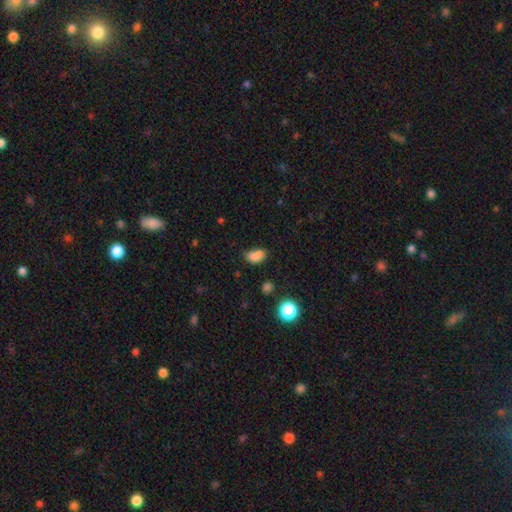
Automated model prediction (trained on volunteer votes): smooth-or-featured: smooth: 76% | star or artifact: 13% | featured or disk: 10%
  how-rounded: in between: 77% | round: 21% | cigar-shaped: 2%
  merging: none: 39% | merger: 33% | minor disturbance: 20% | major disturbance: 8%